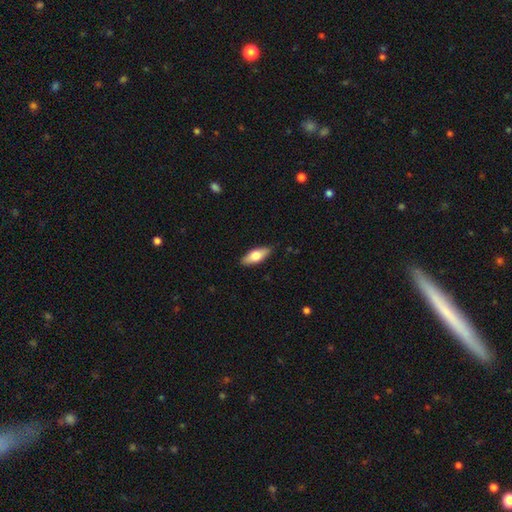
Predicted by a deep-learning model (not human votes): Smooth or featured?
  - smooth: 68% *
  - featured or disk: 27%
  - star or artifact: 6%
How rounded?
  - in between: 74% *
  - cigar-shaped: 24%
  - round: 3%
Merging?
  - none: 87% *
  - minor disturbance: 10%
  - major disturbance: 2%
  - merger: 1%